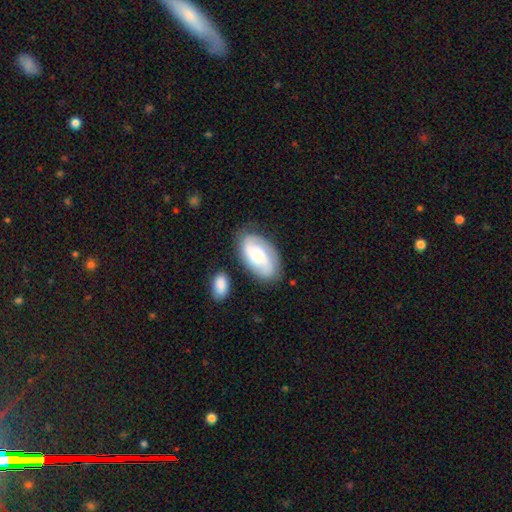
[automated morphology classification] Overall: featured or disk (57%; smooth 36%). Edge-on disk: no (94%). Bar: no (53%; weak 36%). Spiral arms: yes (89%). Bulge size: moderate (57%; small 29%). Merging: none (73%).